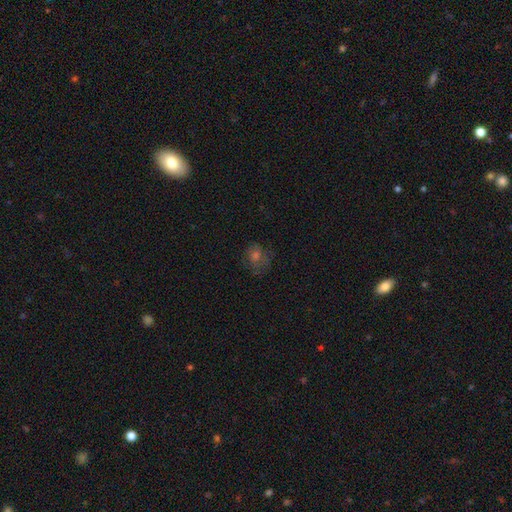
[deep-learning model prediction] smooth_or_featured: smooth (p=0.54) [alt: star or artifact p=0.24]
how_rounded: round (p=0.72) [alt: in between p=0.26]
merging: none (p=0.69) [alt: minor disturbance p=0.19]